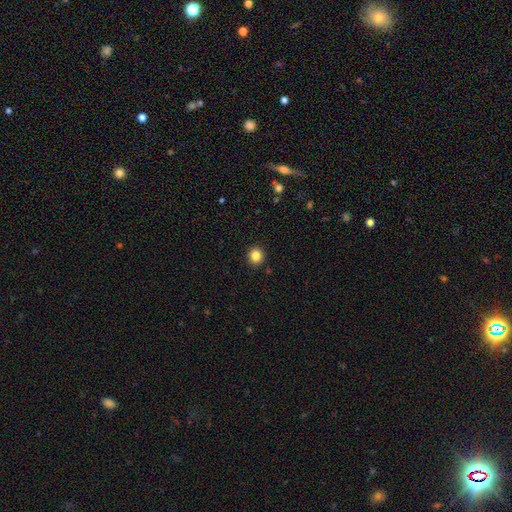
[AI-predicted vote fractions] Smooth or featured? smooth (84%)
How rounded? round (89%)
Merging? none (92%)